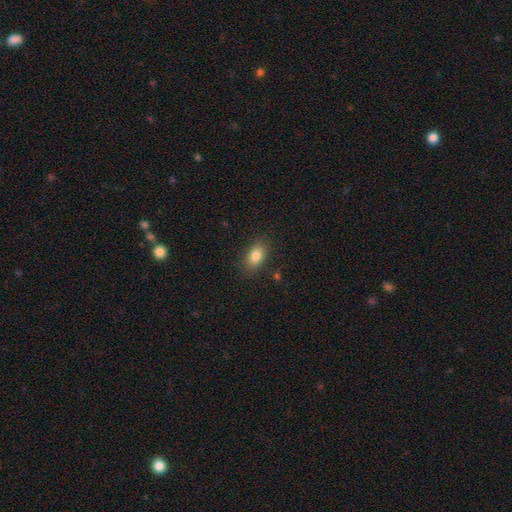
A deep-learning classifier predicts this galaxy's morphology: This is clearly a smooth galaxy (83%). How rounded: clearly in between (87%). Merging: clearly none (85%).